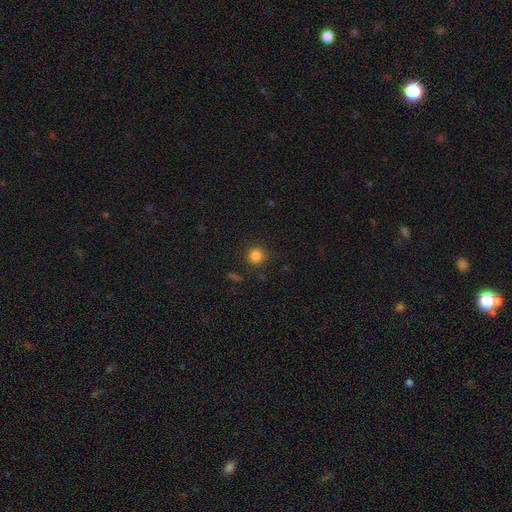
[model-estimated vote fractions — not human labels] The model was most divided on "smooth or featured": smooth: 83%, star or artifact: 12%, featured or disk: 4%. More confident: how rounded — round (92%); merging — none (85%).